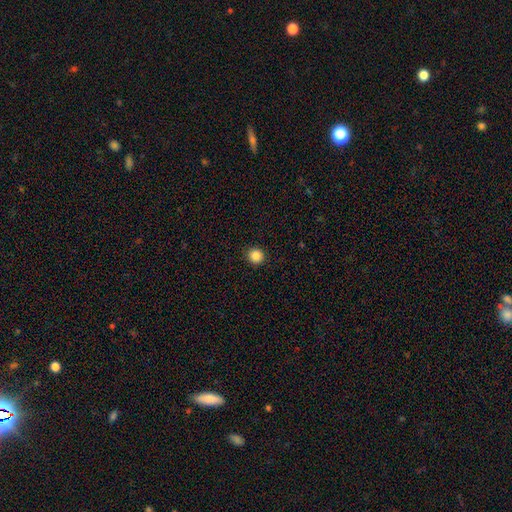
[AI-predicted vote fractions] The model was most divided on "smooth or featured": smooth: 86%, star or artifact: 10%, featured or disk: 3%. More confident: merging — none (92%); how rounded — round (91%).